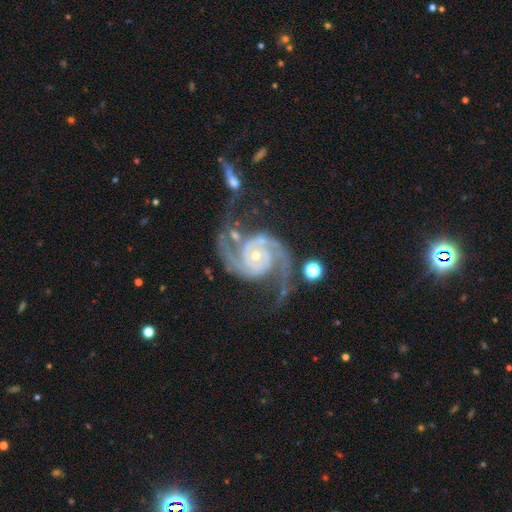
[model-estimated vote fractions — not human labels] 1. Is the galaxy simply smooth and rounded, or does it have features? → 94% featured or disk, 4% star or artifact, 2% smooth.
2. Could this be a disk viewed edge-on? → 98% no, 2% yes.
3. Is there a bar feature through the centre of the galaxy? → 70% no, 22% weak, 8% strong.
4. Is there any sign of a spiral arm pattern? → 99% yes, 1% no.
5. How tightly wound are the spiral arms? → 53% medium, 30% tight, 18% loose.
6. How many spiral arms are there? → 91% 2, 3% 3, 2% can't tell, 1% 1, 1% 4, 1% more than 4.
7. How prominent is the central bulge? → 60% small, 37% moderate, 2% large, 1% none, 1% dominant.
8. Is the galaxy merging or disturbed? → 57% none, 18% minor disturbance, 16% major disturbance, 9% merger.